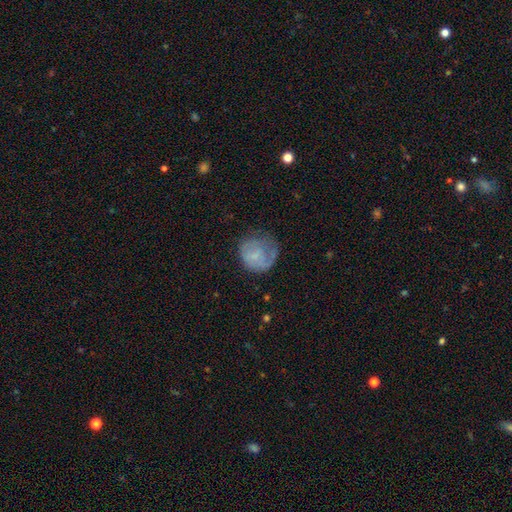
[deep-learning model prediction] This appears to be a smooth galaxy with no disk features (57%) that is round (79%). Merging: none (46%).